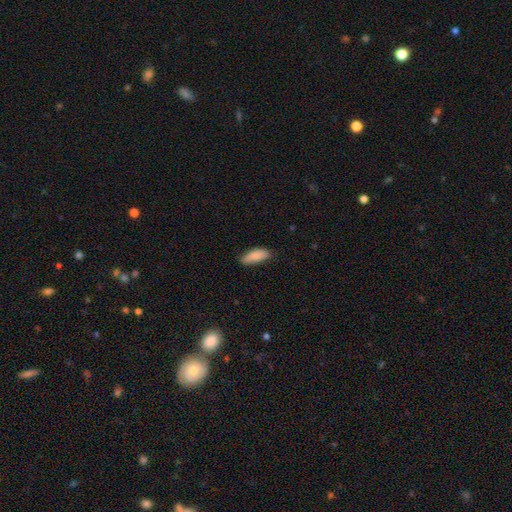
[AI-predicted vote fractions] Smooth or featured? smooth (87%)
How rounded? in between (74%)
Merging? none (74%)